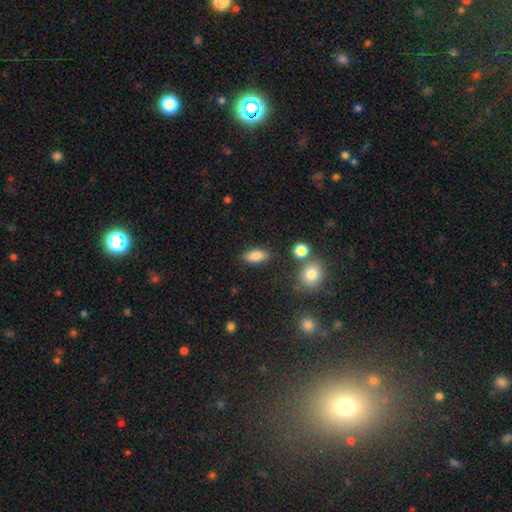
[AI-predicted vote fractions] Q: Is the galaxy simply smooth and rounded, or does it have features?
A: smooth — 84%.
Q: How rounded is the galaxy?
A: in between — 85%.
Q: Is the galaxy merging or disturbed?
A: none — 83%.